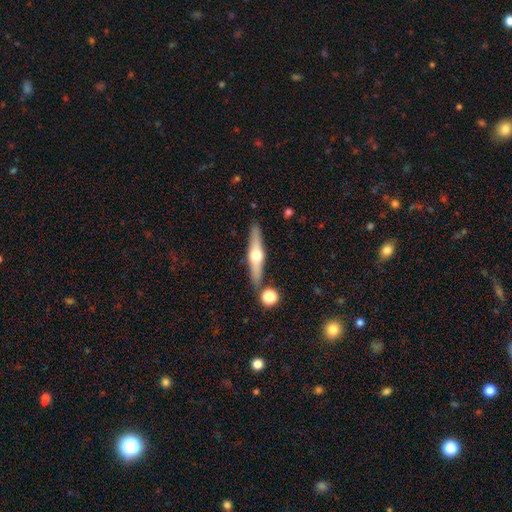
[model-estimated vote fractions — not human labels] A featured or disk galaxy (65%) viewed edge-on (95%) with a rounded central bulge (95%).

Vote fractions:
- Smooth or featured? featured or disk: 65% / smooth: 29% / star or artifact: 6%
- Edge-on disk? yes: 95% / no: 5%
- Edge-on bulge? rounded: 95% / boxy: 3% / none: 2%
- Merging? none: 83% / minor disturbance: 9% / merger: 6% / major disturbance: 2%